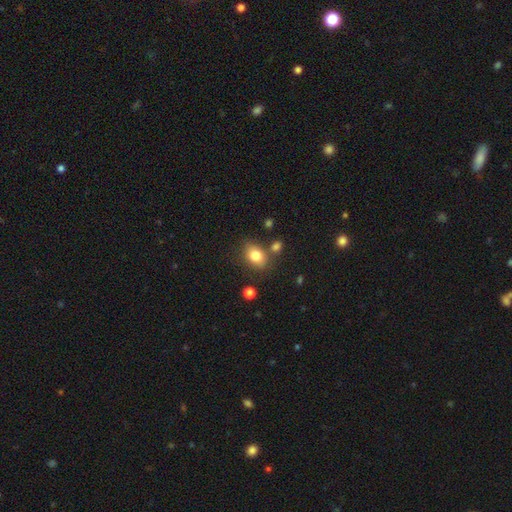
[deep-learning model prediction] Morphology: type=smooth (81%); roundness=in between (67%); merging=none (70%).